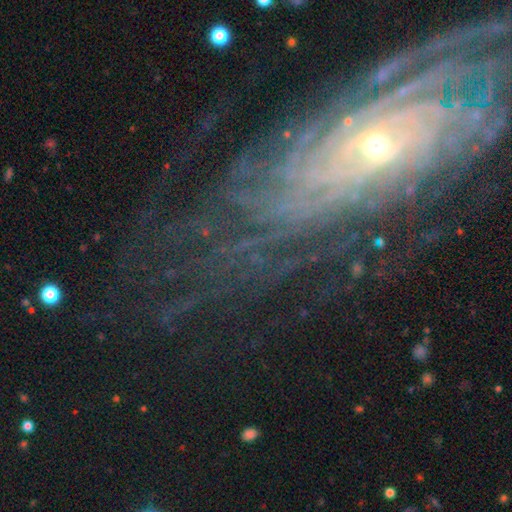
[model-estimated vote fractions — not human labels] featured or disk 80%, star or artifact 13%, smooth 7%. Down the decision tree: edge-on disk — no (90%); bar — no (64%); spiral arms — yes (94%); spiral arm count — can't tell (35%); spiral winding — tight (79%); bulge size — small (69%); merging — none (75%).